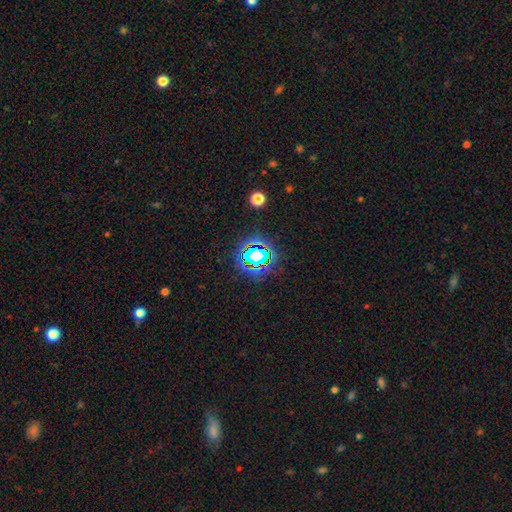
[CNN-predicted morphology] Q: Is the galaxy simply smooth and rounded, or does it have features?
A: star or artifact — 65%.